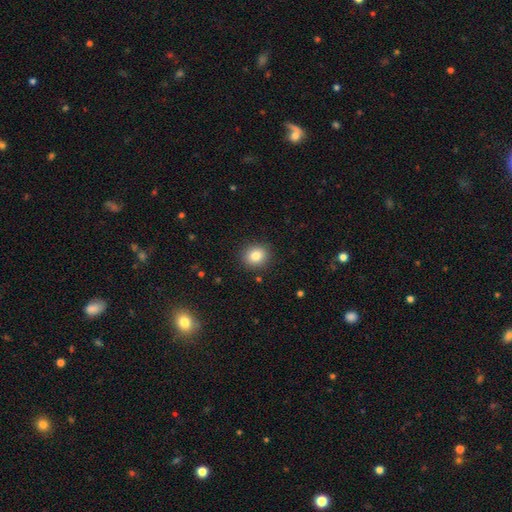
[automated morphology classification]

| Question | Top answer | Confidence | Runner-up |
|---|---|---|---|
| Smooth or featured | smooth | 83% | star or artifact (10%) |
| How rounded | round | 79% | in between (21%) |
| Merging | none | 90% | minor disturbance (7%) |